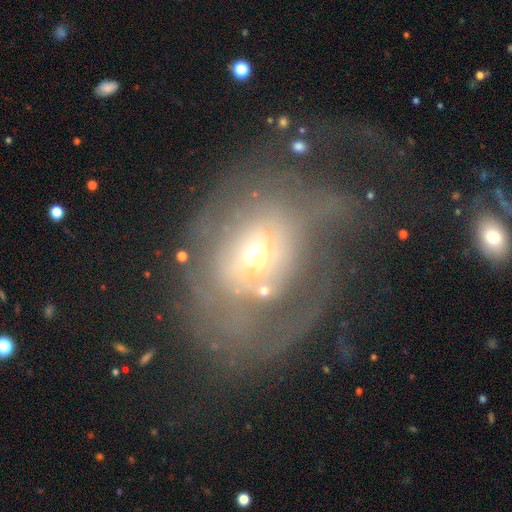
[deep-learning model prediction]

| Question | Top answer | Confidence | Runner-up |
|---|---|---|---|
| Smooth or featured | featured or disk | 62% | smooth (27%) |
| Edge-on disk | no | 95% | yes (5%) |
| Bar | no | 72% | weak (21%) |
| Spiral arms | no | 53% | yes (47%) |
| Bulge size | moderate | 53% | small (35%) |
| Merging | major disturbance | 46% | none (31%) |